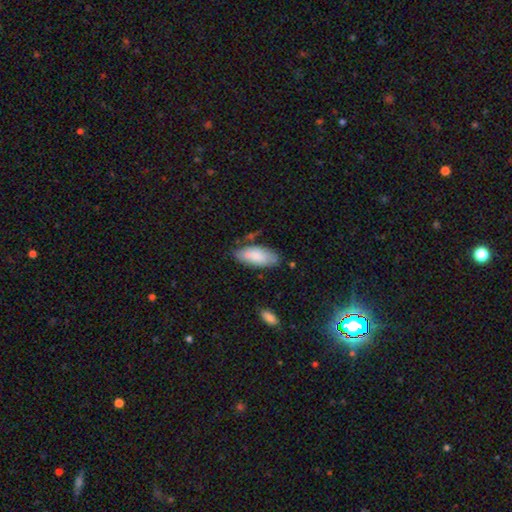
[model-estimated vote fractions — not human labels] A smooth galaxy with no disk features (81%) that is in between round and cigar-shaped (87%).

Vote fractions:
- Smooth or featured? smooth: 81% / featured or disk: 13% / star or artifact: 6%
- How rounded? in between: 87% / cigar-shaped: 11% / round: 2%
- Merging? none: 71% / minor disturbance: 20% / merger: 4% / major disturbance: 4%